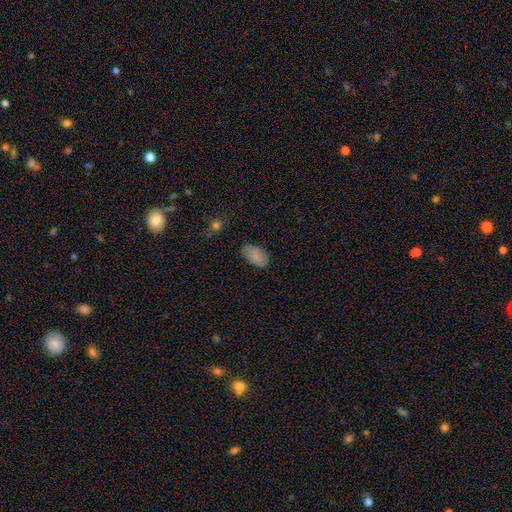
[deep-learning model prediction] Overall: smooth (84%). How rounded: in between (94%). Merging: none (81%).